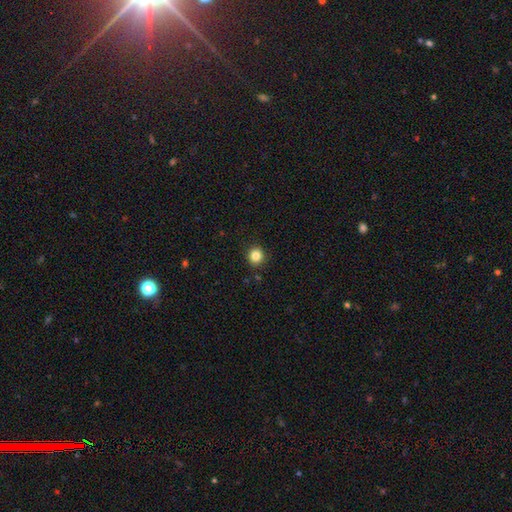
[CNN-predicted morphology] The model was most divided on "smooth or featured": smooth: 84%, star or artifact: 11%, featured or disk: 5%. More confident: merging — none (91%); how rounded — round (89%).